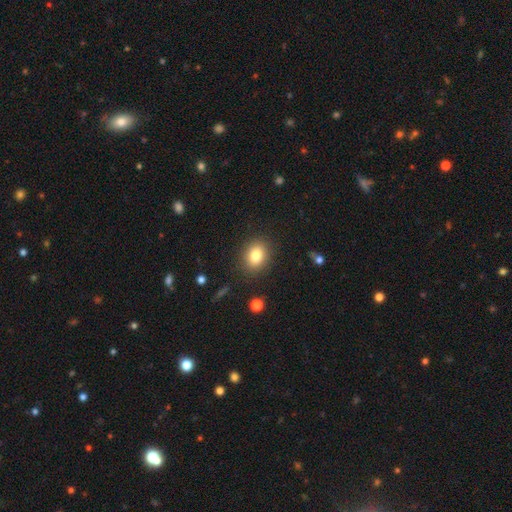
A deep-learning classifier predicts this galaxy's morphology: smooth_or_featured: smooth (p=0.81) [alt: star or artifact p=0.10]
how_rounded: in between (p=0.52) [alt: round p=0.47]
merging: none (p=0.87) [alt: minor disturbance p=0.09]